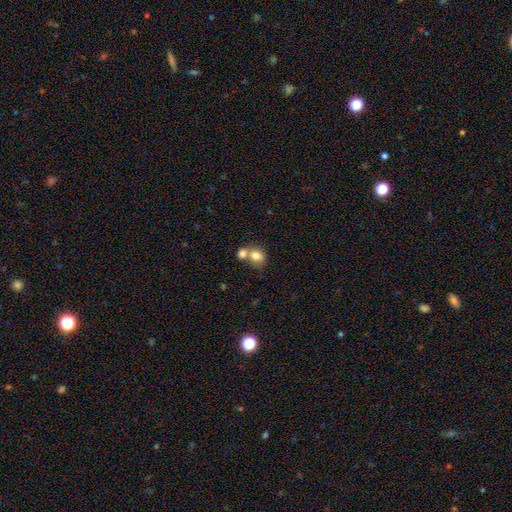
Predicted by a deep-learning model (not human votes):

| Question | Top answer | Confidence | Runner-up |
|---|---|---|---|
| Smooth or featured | smooth | 79% | featured or disk (11%) |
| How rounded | round | 64% | in between (35%) |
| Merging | merger | 52% | none (36%) |